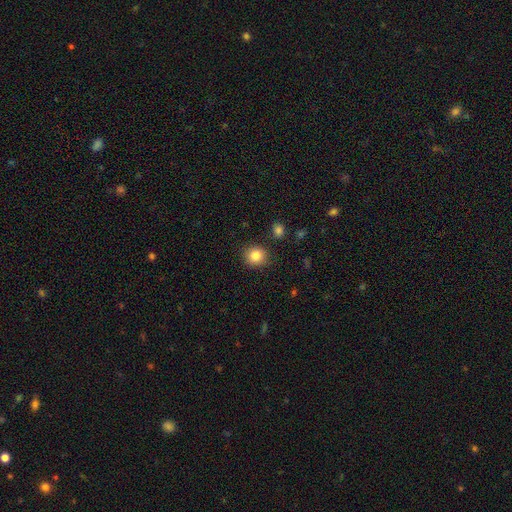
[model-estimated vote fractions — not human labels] This appears to be a smooth galaxy with no disk features (84%) that is round (84%). Merging: none (87%).